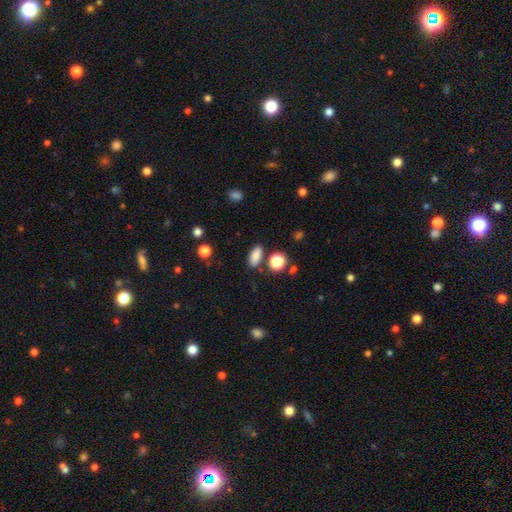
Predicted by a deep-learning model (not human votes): Smooth or featured? Predicted: smooth (p=0.84). How rounded? Predicted: in between (p=0.83). Merging? Predicted: none (p=0.78).